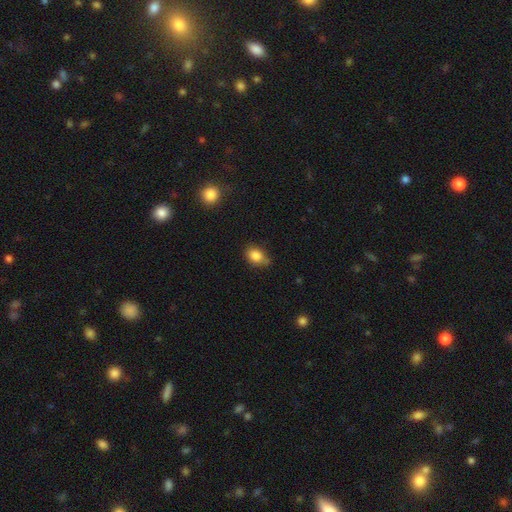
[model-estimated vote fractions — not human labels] Smooth or featured: smooth — 85% (star or artifact — 9%)
How rounded: in between — 67% (round — 31%)
Merging: none — 64% (minor disturbance — 28%)